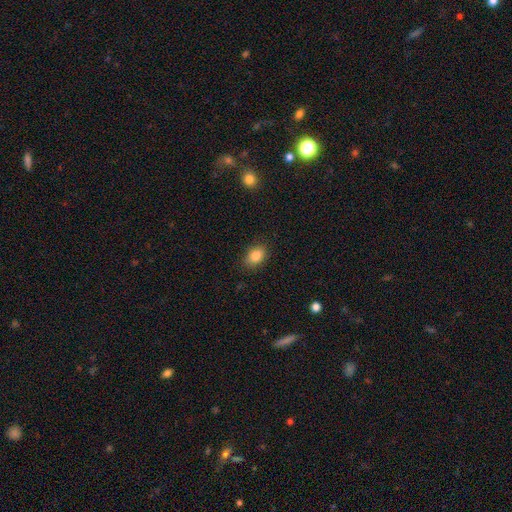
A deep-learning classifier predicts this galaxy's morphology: Smooth or featured?
  - smooth: 84% *
  - star or artifact: 9%
  - featured or disk: 7%
How rounded?
  - in between: 80% *
  - round: 18%
  - cigar-shaped: 2%
Merging?
  - none: 86% *
  - minor disturbance: 10%
  - major disturbance: 2%
  - merger: 1%